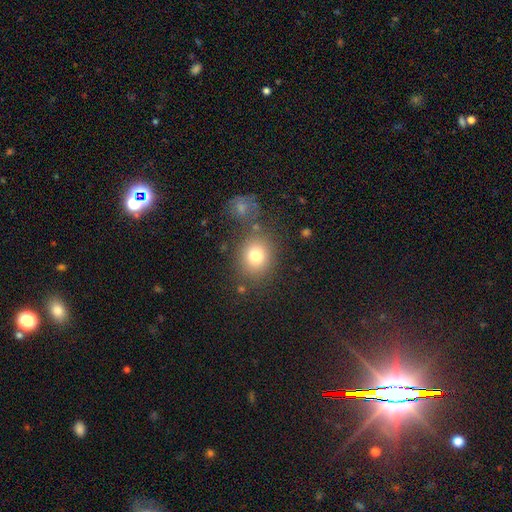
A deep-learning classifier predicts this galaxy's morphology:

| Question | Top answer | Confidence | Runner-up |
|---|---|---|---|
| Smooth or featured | smooth | 78% | star or artifact (12%) |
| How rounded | round | 74% | in between (25%) |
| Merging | none | 75% | minor disturbance (11%) |